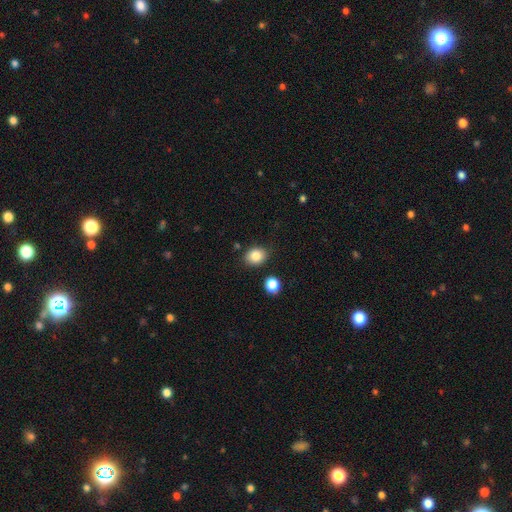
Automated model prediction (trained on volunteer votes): The model was most divided on "how rounded": in between: 53%, round: 46%, cigar-shaped: 1%. More confident: smooth or featured — smooth (84%); merging — none (84%).